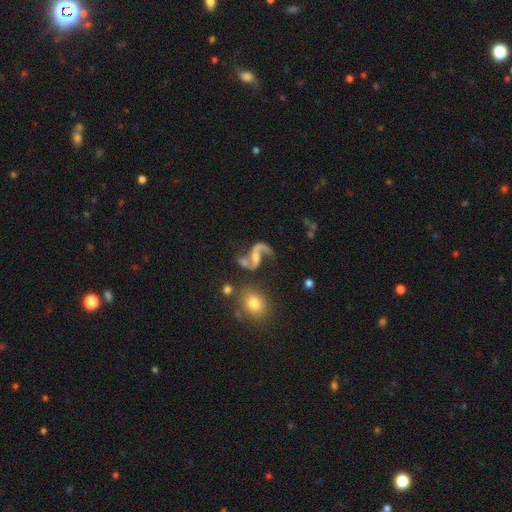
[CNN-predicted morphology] This is clearly a featured or disk galaxy (86%). It is clearly not viewed edge-on (97%). Bar: marginally weak (39%). Spiral arm pattern: clearly yes (95%). Spiral arm count: clearly 2 (86%). Spiral winding: likely loose (79%). Central bulge: marginally small (41%). Merging: possibly none (48%).